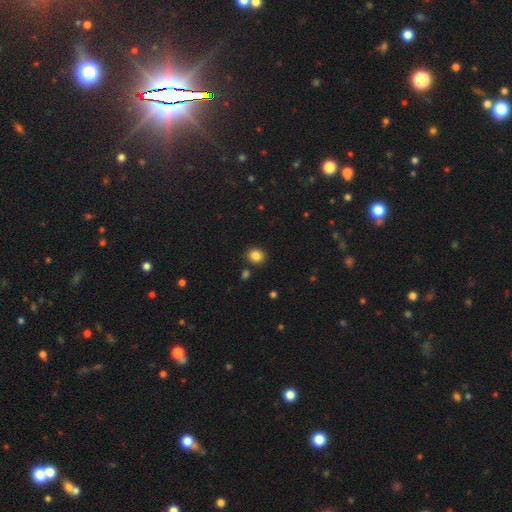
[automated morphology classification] Overall: smooth (86%). How rounded: round (69%; in between 30%). Merging: none (86%).